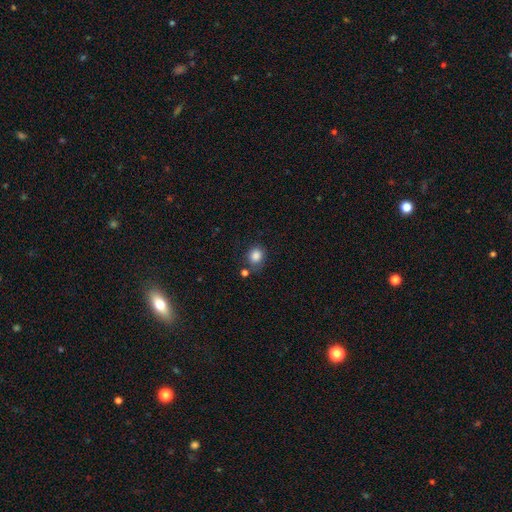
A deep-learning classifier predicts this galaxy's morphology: smooth-or-featured: smooth: 86% | star or artifact: 10% | featured or disk: 4%
  how-rounded: round: 69% | in between: 30% | cigar-shaped: 1%
  merging: none: 70% | minor disturbance: 16% | merger: 9% | major disturbance: 5%